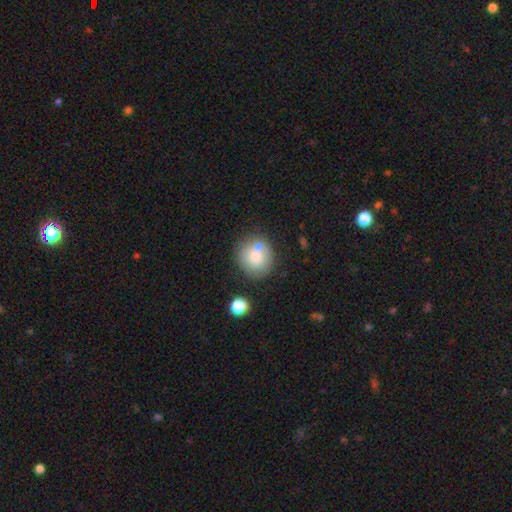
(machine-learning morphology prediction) type=smooth (73%); roundness=round (86%); merging=none (62%).